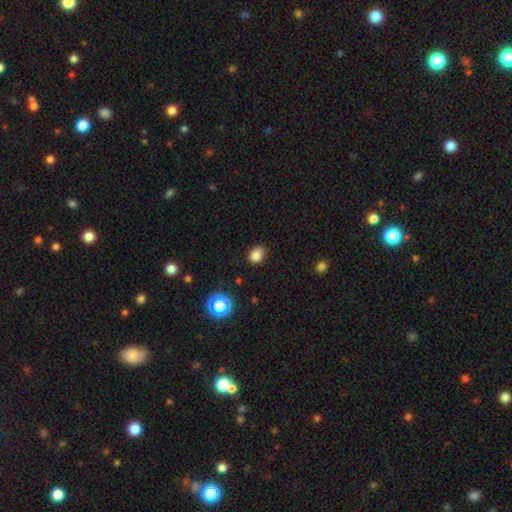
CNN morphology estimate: This appears to be a smooth galaxy with no disk features (82%) that is round (59%). Merging: none (60%).